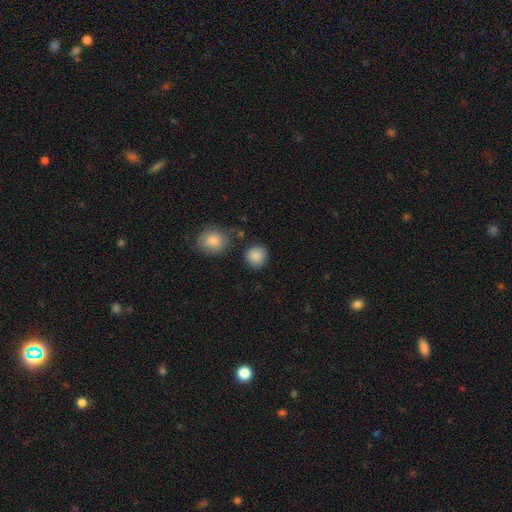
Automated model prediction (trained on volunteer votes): Smooth or featured: smooth — 88% (star or artifact — 8%)
How rounded: round — 90% (in between — 9%)
Merging: none — 83% (minor disturbance — 10%)